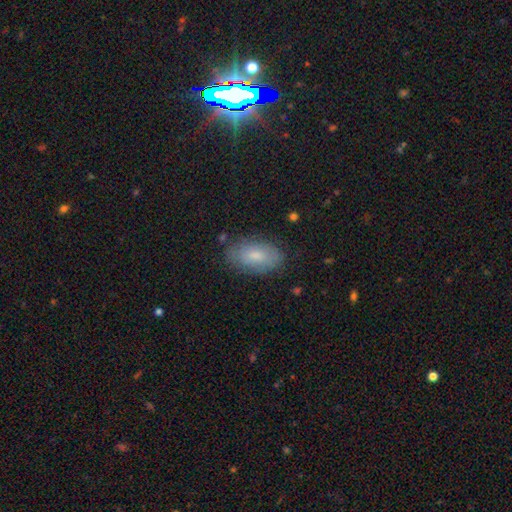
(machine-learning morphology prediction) Smooth or featured? Predicted: smooth (p=0.75). How rounded? Predicted: in between (p=0.93). Merging? Predicted: none (p=0.80).